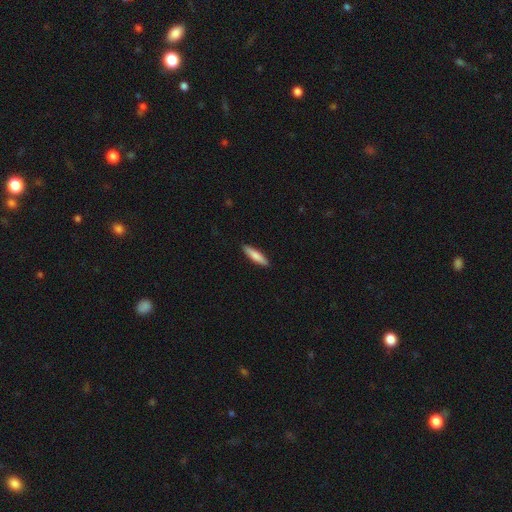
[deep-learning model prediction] A smooth galaxy with no disk features (78%) that is cigar-shaped (80%).

Vote fractions:
- Smooth or featured? smooth: 78% / featured or disk: 17% / star or artifact: 5%
- How rounded? cigar-shaped: 80% / in between: 18% / round: 1%
- Merging? none: 90% / minor disturbance: 7% / major disturbance: 1% / merger: 1%